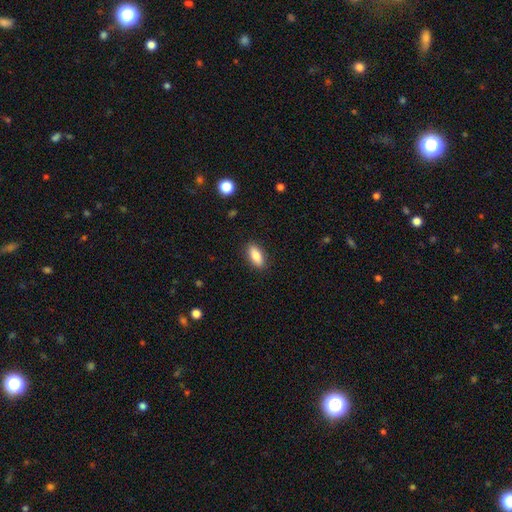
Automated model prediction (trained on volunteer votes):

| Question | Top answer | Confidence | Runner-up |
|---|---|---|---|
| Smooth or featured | smooth | 82% | featured or disk (11%) |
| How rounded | in between | 81% | cigar-shaped (16%) |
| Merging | none | 88% | minor disturbance (8%) |